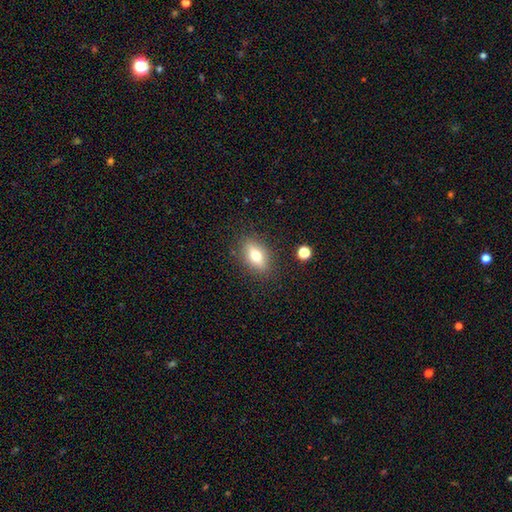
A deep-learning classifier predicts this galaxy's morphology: Q: Smooth or featured?
A: smooth (65%); runner-up: featured or disk (26%)
Q: How rounded?
A: in between (77%); runner-up: cigar-shaped (15%)
Q: Merging?
A: none (85%); runner-up: minor disturbance (10%)